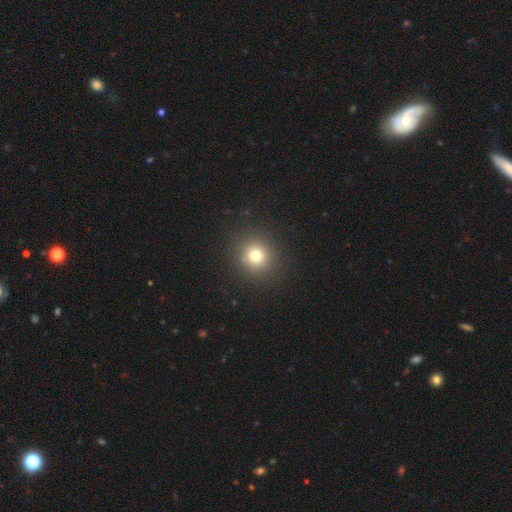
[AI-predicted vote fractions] The model was most divided on "smooth or featured": smooth: 75%, star or artifact: 16%, featured or disk: 8%. More confident: merging — none (90%); how rounded — round (89%).